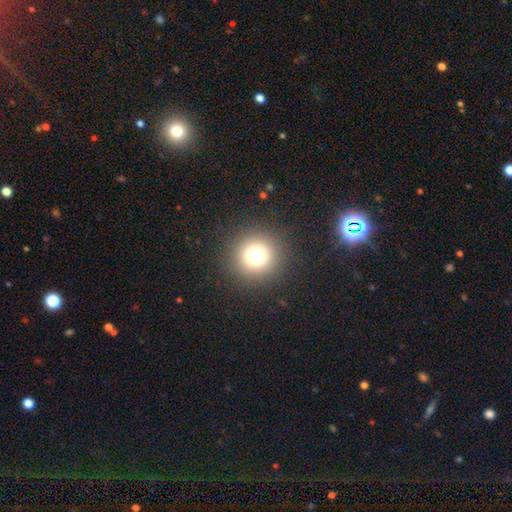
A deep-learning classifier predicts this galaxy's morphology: Smooth or featured? Predicted: smooth (p=0.75). How rounded? Predicted: round (p=0.95). Merging? Predicted: none (p=0.90).